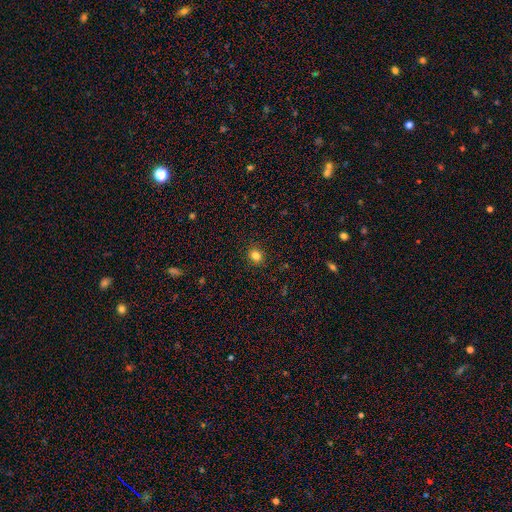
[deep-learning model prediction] Smooth or featured? smooth (83%)
How rounded? round (70%)
Merging? none (90%)